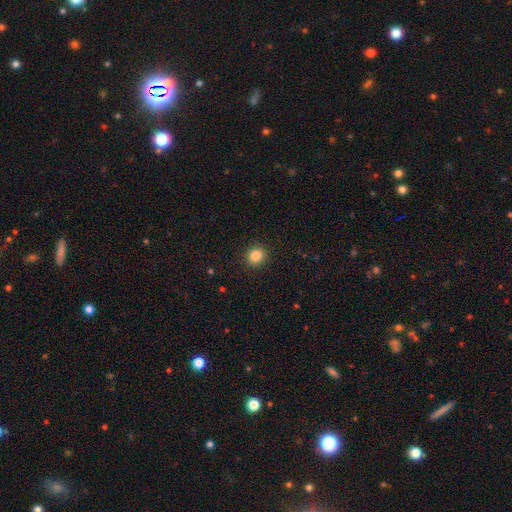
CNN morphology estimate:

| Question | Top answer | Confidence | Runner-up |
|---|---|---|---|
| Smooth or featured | smooth | 84% | star or artifact (11%) |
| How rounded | round | 87% | in between (12%) |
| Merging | none | 92% | minor disturbance (5%) |